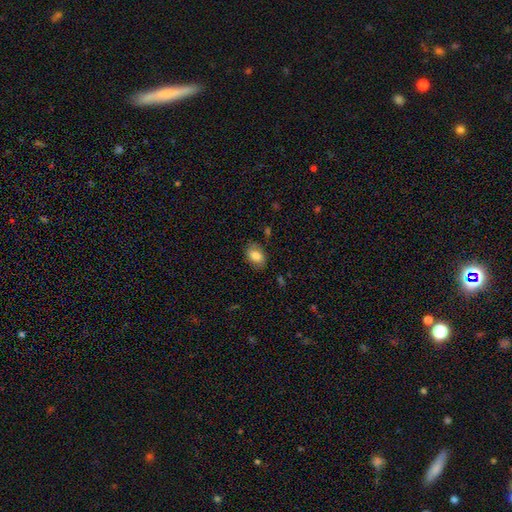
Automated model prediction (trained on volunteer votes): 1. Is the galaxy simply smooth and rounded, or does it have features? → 79% smooth, 14% featured or disk, 8% star or artifact.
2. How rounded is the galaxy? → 86% in between, 13% round, 1% cigar-shaped.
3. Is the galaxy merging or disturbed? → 78% none, 16% minor disturbance, 4% major disturbance, 2% merger.